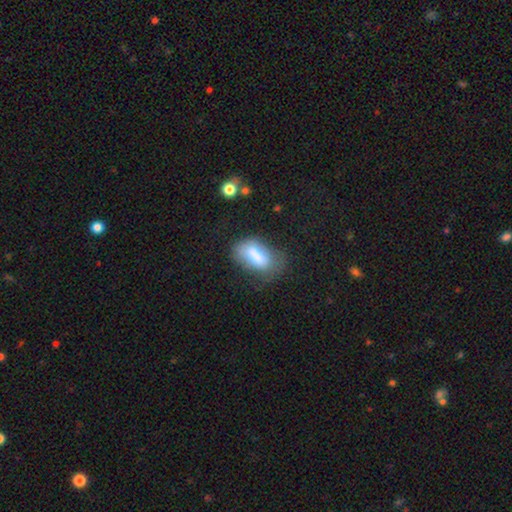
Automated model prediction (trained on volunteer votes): smooth-or-featured: smooth: 73% | featured or disk: 18% | star or artifact: 9%
  how-rounded: in between: 90% | round: 6% | cigar-shaped: 4%
  merging: none: 45% | minor disturbance: 29% | major disturbance: 20% | merger: 6%